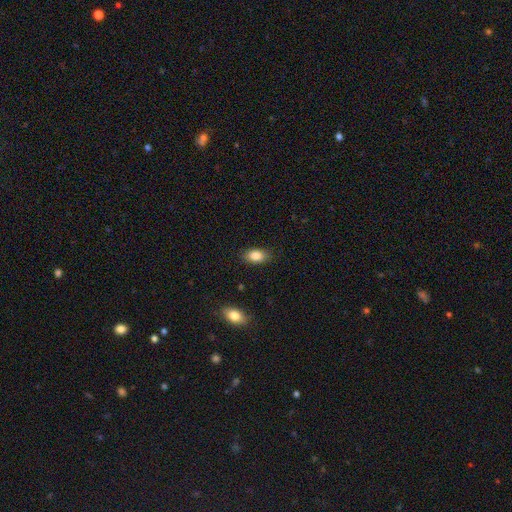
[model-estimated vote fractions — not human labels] smooth-or-featured: smooth: 86% | star or artifact: 8% | featured or disk: 6%
  how-rounded: in between: 90% | round: 8% | cigar-shaped: 2%
  merging: none: 86% | minor disturbance: 10% | major disturbance: 2% | merger: 1%